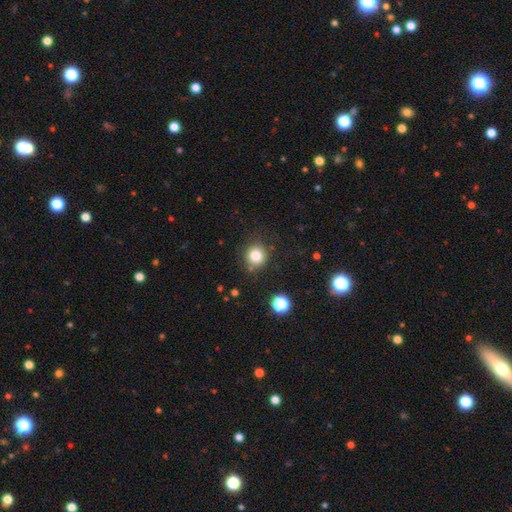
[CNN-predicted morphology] smooth 81%, star or artifact 12%, featured or disk 7%. Down the decision tree: how rounded — round (88%); merging — none (81%).